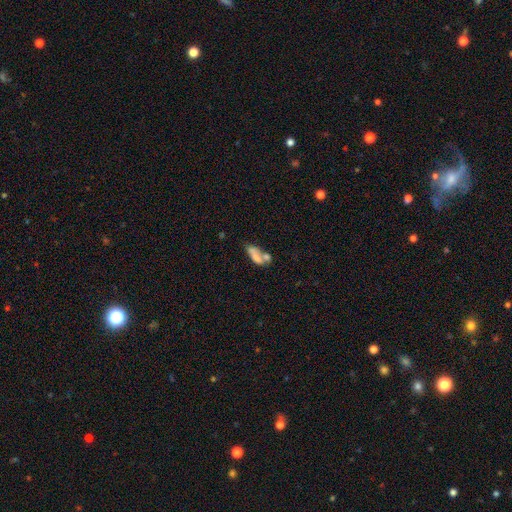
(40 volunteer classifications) smooth_or_featured: featured or disk (p=0.50) [alt: smooth p=0.47]
disk_edge_on: no (p=0.95) [alt: yes p=0.05]
bar: no (p=0.89) [alt: weak p=0.11]
has_spiral_arms: no (p=1.00)
bulge_size: none (p=0.74) [alt: moderate p=0.21]
merging: merger (p=0.51) [alt: major disturbance p=0.21]